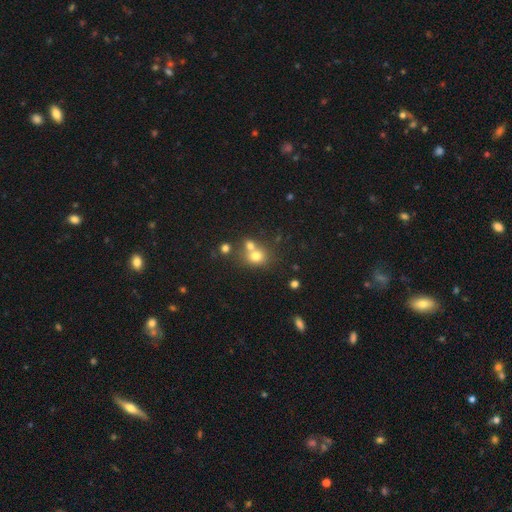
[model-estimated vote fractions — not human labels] smooth-or-featured: smooth: 73% | star or artifact: 14% | featured or disk: 13%
  how-rounded: round: 70% | in between: 29% | cigar-shaped: 1%
  merging: merger: 45% | none: 43% | minor disturbance: 8% | major disturbance: 4%